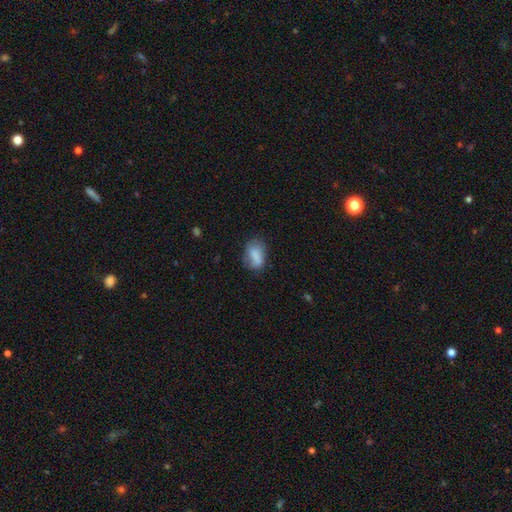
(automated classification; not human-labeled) smooth_or_featured: smooth (p=0.78) [alt: featured or disk p=0.13]
how_rounded: in between (p=0.85) [alt: round p=0.13]
merging: none (p=0.58) [alt: minor disturbance p=0.29]